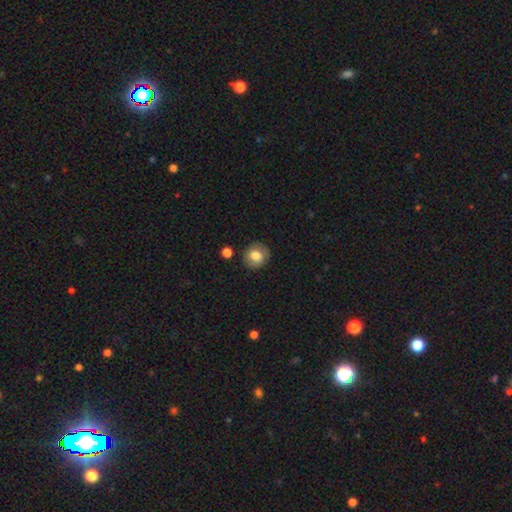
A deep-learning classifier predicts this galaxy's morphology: Q: Smooth or featured?
A: smooth (73%); runner-up: featured or disk (19%)
Q: How rounded?
A: round (77%); runner-up: in between (22%)
Q: Merging?
A: none (81%); runner-up: minor disturbance (13%)